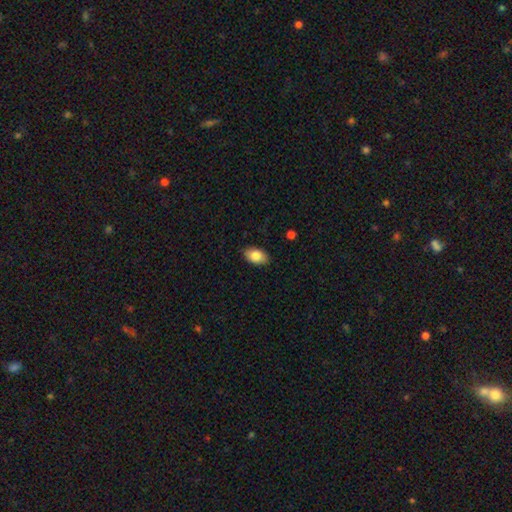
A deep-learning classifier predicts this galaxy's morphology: This appears to be a smooth galaxy with no disk features (83%) that is in between round and cigar-shaped (91%). Merging: none (87%).